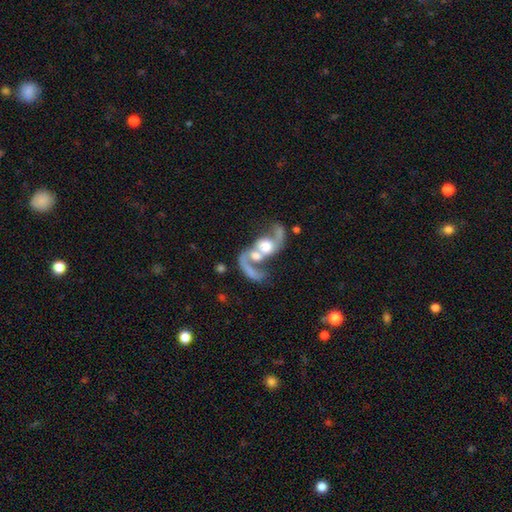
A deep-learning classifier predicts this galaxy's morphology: This appears to be a featured or disk galaxy (78%) with no bar (66%), 2 (79%) loose (69%) spiral arms (86%) and a moderate central bulge (47%). Merging: merger (62%).